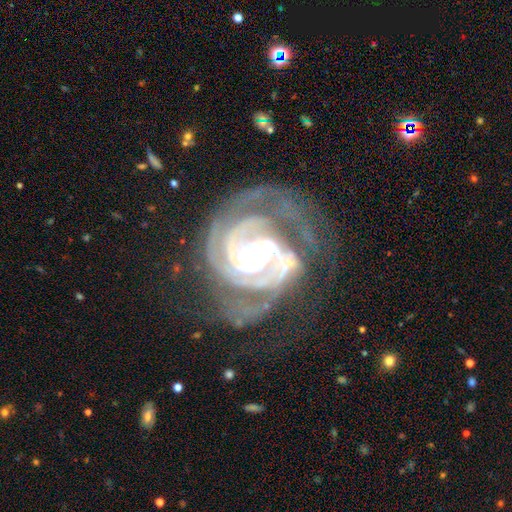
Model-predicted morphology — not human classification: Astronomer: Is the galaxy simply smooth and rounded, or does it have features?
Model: featured or disk — 92%.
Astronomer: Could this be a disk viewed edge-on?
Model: no — 98%.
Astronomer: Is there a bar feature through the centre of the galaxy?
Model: no — 61%.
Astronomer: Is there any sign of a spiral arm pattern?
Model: yes — 98%.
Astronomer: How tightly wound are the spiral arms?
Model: tight — 71%.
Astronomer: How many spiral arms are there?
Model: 2 — 45% (runner-up: 3, 25%).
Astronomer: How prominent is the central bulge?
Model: moderate — 43%, tied with small at 43%.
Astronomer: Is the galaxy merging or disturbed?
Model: none — 55%.